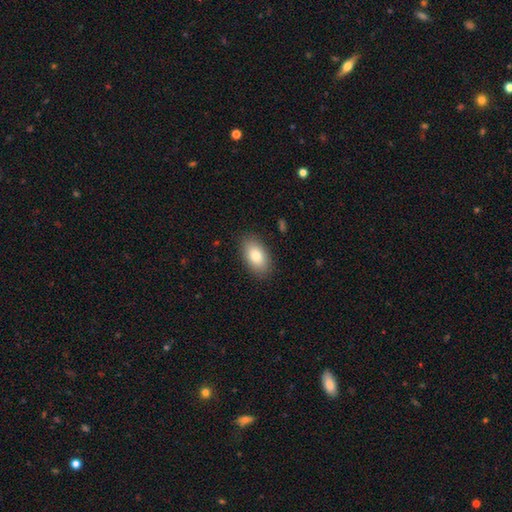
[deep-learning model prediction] Smooth or featured? Predicted: smooth (p=0.82). How rounded? Predicted: in between (p=0.93). Merging? Predicted: none (p=0.87).